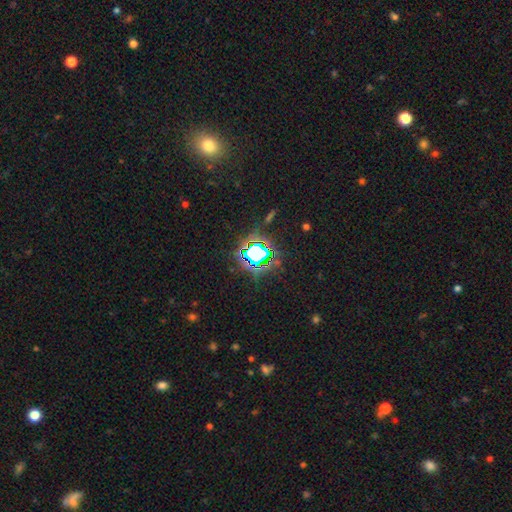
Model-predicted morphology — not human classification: The model was most divided on "smooth or featured": star or artifact: 71%, smooth: 18%, featured or disk: 11%.